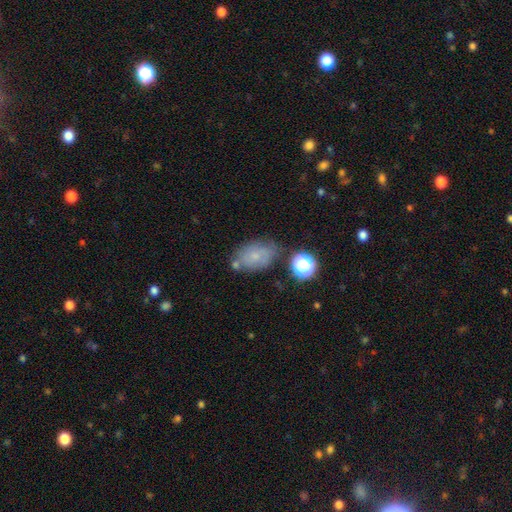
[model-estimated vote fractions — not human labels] smooth 64%, featured or disk 22%, star or artifact 14%. Down the decision tree: how rounded — in between (81%); merging — none (60%).